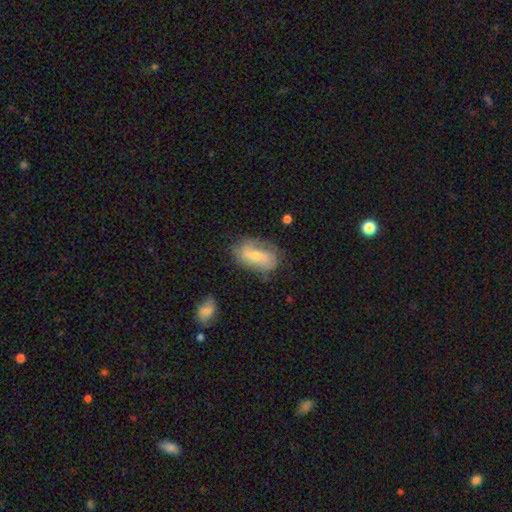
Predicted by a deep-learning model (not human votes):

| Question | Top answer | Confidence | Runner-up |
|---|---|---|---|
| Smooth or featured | featured or disk | 51% | smooth (42%) |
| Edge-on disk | no | 91% | yes (9%) |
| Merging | none | 63% | minor disturbance (25%) |